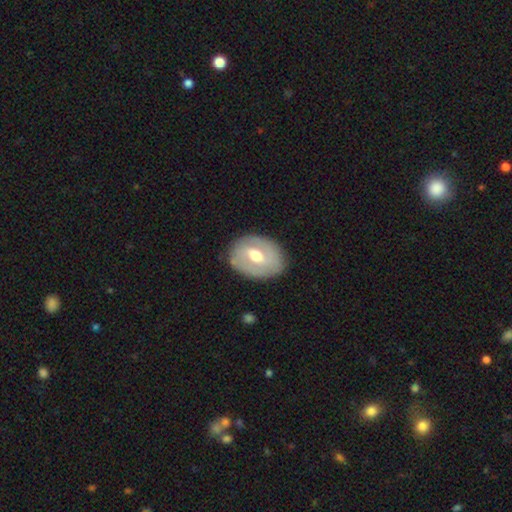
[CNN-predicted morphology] A featured or disk galaxy (60%) with a weak bar (49%), spiral arms (52%) and a moderate central bulge (76%).

Vote fractions:
- Smooth or featured? featured or disk: 60% / smooth: 35% / star or artifact: 5%
- Edge-on disk? no: 95% / yes: 5%
- Bar? weak: 49% / no: 30% / strong: 20%
- Spiral arms? yes: 52% / no: 48%
- Bulge size? moderate: 76% / small: 12% / large: 10% / none: 1% / dominant: 1%
- Merging? none: 81% / minor disturbance: 14% / major disturbance: 4% / merger: 1%